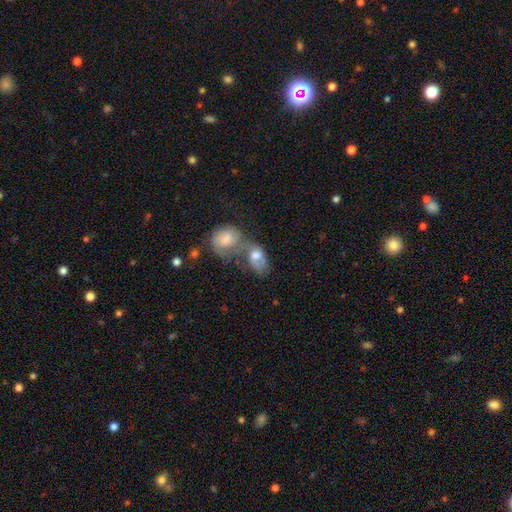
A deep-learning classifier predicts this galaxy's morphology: type=smooth (58%); roundness=in between (74%); merging=merger (69%).